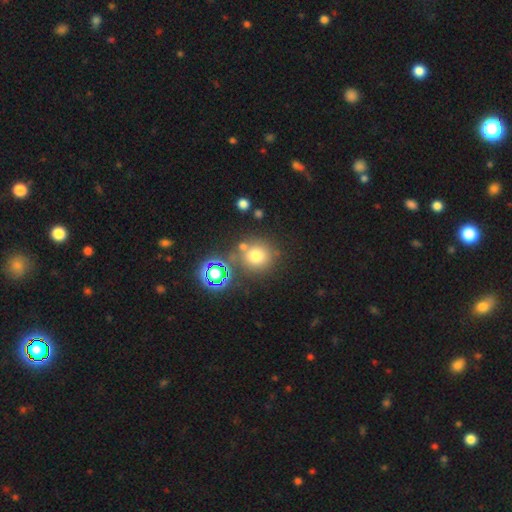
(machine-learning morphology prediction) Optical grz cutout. It shows a smooth galaxy with no disk features (71%) that is round (89%). Merging: none (69%).